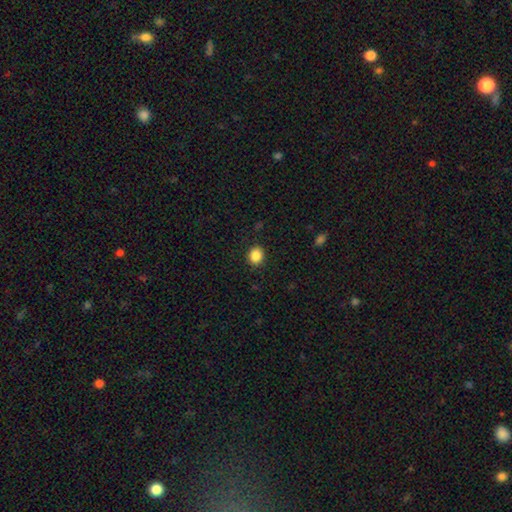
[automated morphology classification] This is clearly a smooth galaxy (87%). How rounded: likely round (71%). Merging: clearly none (90%).